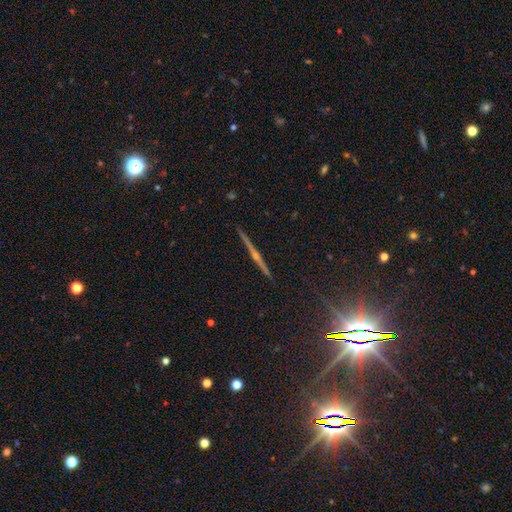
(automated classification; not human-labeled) Smooth or featured? featured or disk (49%)
Merging? none (86%)